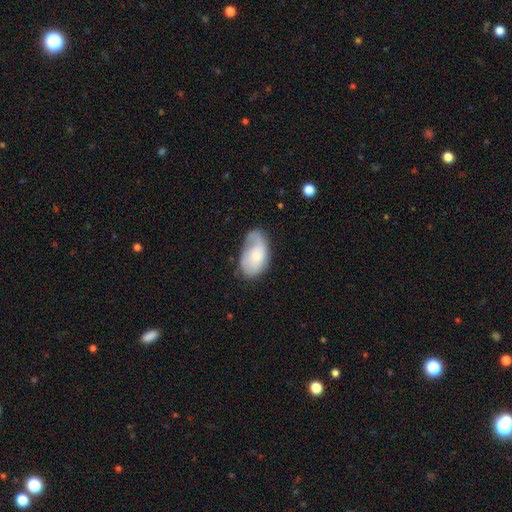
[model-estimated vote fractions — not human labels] This is possibly a smooth galaxy (53%). How rounded: clearly in between (93%). Merging: possibly none (52%).